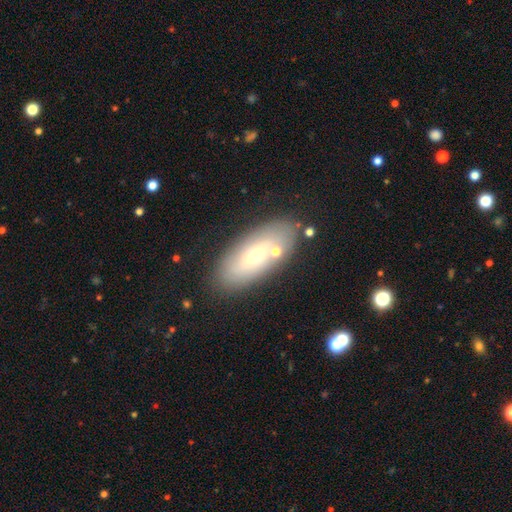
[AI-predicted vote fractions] Smooth or featured? Predicted: smooth (p=0.54). How rounded? Predicted: in between (p=0.82). Merging? Predicted: none (p=0.75).